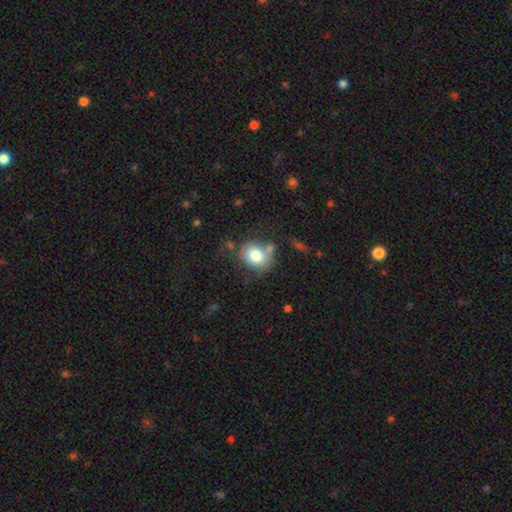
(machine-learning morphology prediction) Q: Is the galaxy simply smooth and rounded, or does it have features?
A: smooth — 76%.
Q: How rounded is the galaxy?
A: round — 66%.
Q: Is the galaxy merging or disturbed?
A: none — 57%.